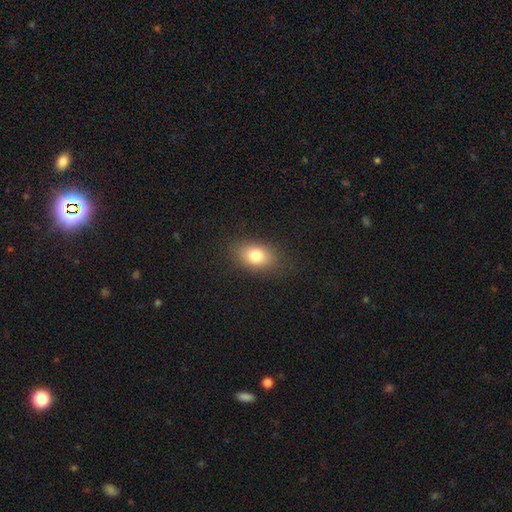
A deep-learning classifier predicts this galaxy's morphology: smooth_or_featured: smooth (p=0.79) [alt: featured or disk p=0.11]
how_rounded: in between (p=0.77) [alt: round p=0.21]
merging: none (p=0.83) [alt: minor disturbance p=0.12]